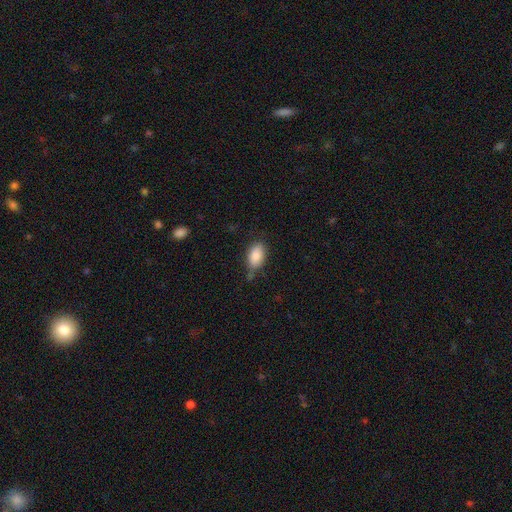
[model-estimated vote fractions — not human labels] Overall: smooth (87%). How rounded: in between (92%). Merging: none (67%).